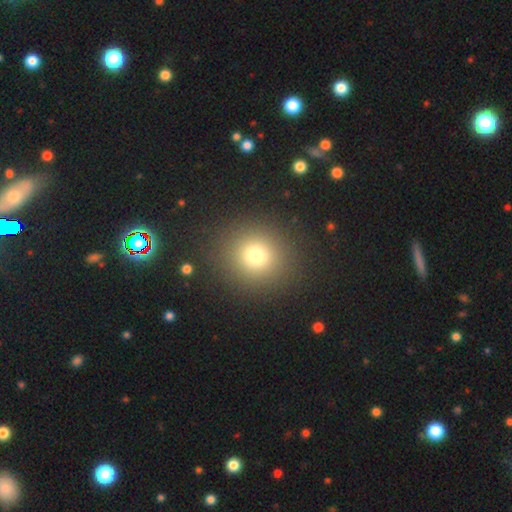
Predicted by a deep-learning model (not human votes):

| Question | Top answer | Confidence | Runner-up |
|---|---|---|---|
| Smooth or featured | smooth | 73% | star or artifact (18%) |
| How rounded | round | 90% | in between (9%) |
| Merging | none | 89% | minor disturbance (6%) |